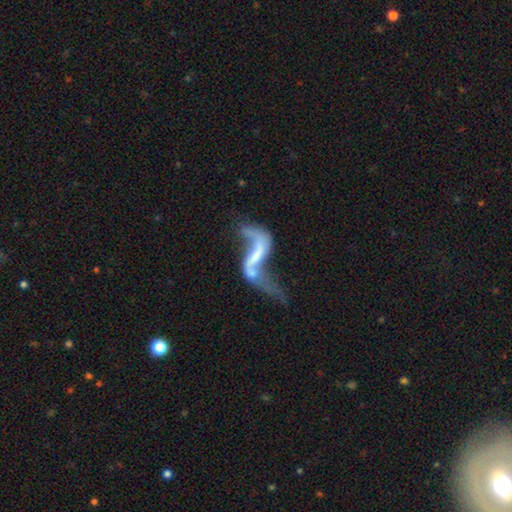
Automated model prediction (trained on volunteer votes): A featured or disk galaxy (84%) with a weak bar (37%, tied with strong), 2 (86%) loose (93%) spiral arms (85%) and no central bulge (50%).

Vote fractions:
- Smooth or featured? featured or disk: 84% / smooth: 9% / star or artifact: 7%
- Edge-on disk? no: 95% / yes: 5%
- Bar? weak: 37% (tied) / strong: 37% (tied) / no: 26%
- Spiral arms? yes: 85% / no: 15%
- Spiral winding? loose: 93% / medium: 6% / tight: 2%
- Spiral arm count? 2: 86% / 1: 9% / can't tell: 3% / 3: 1% / 4: 1% / more than 4: 1%
- Bulge size? none: 50% / small: 31% / moderate: 15% / large: 3% / dominant: 1%
- Merging? none: 30% / major disturbance: 29% / merger: 27% / minor disturbance: 14%